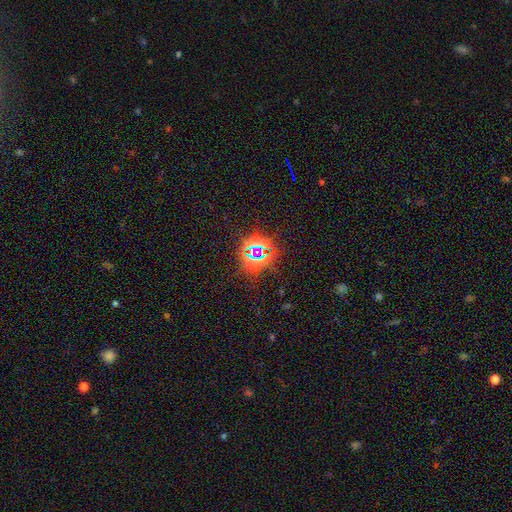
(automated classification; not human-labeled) Smooth or featured? star or artifact (77%)